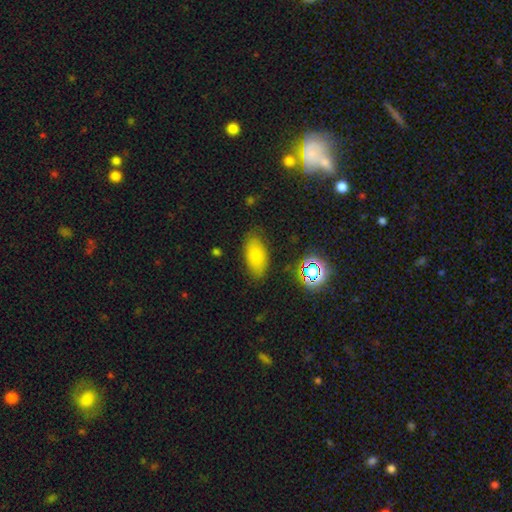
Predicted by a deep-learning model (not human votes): Smooth or featured?
  - smooth: 72% *
  - star or artifact: 14%
  - featured or disk: 14%
How rounded?
  - in between: 89% *
  - round: 6%
  - cigar-shaped: 5%
Merging?
  - none: 81% *
  - minor disturbance: 14%
  - major disturbance: 4%
  - merger: 2%